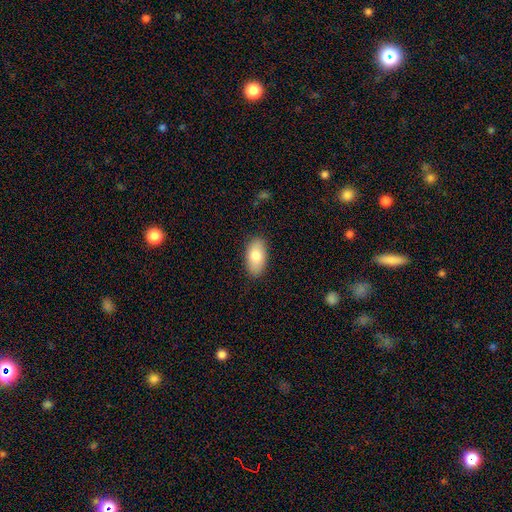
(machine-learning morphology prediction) Smooth or featured: smooth — 79% (featured or disk — 15%)
How rounded: in between — 94% (round — 3%)
Merging: none — 87% (minor disturbance — 10%)